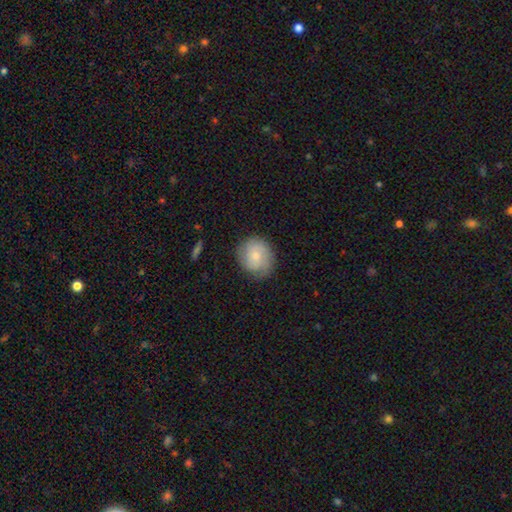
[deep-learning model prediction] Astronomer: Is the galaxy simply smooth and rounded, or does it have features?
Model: smooth — 59%.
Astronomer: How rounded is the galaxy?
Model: round — 82%.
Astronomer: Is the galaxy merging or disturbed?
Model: none — 76%.